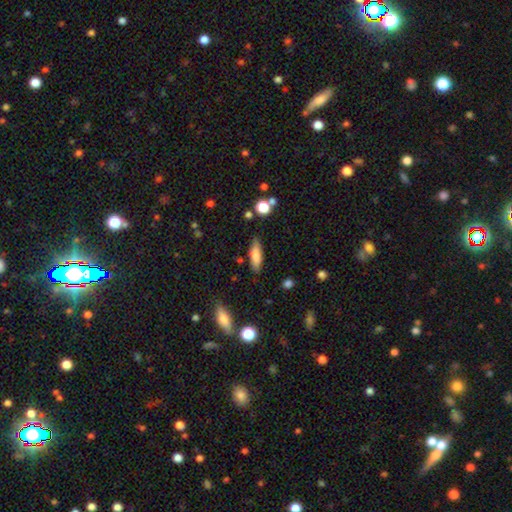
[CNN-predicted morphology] Smooth or featured: smooth — 79% (featured or disk — 13%)
How rounded: cigar-shaped — 51% (in between — 47%)
Merging: none — 82% (minor disturbance — 12%)